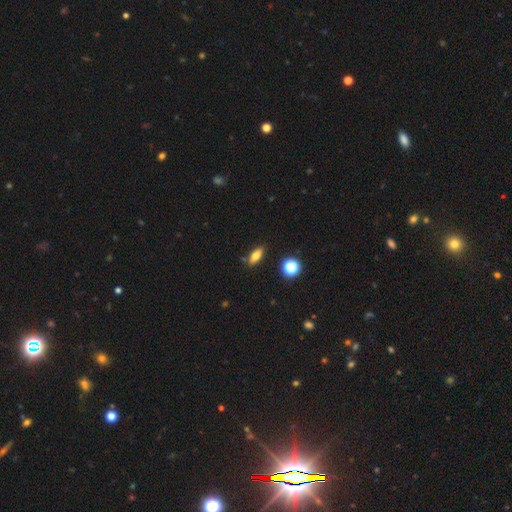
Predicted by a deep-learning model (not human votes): Smooth or featured: smooth — 72% (featured or disk — 17%)
How rounded: in between — 70% (cigar-shaped — 23%)
Merging: none — 81% (minor disturbance — 12%)